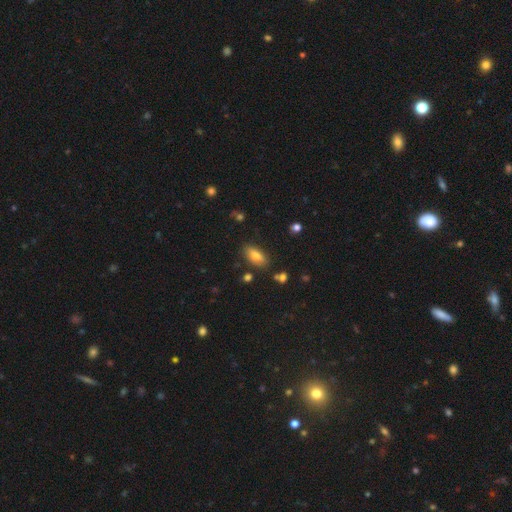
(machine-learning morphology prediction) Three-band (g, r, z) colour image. It shows a smooth galaxy with no disk features (79%) that is in between round and cigar-shaped (85%). Merging: none (82%).